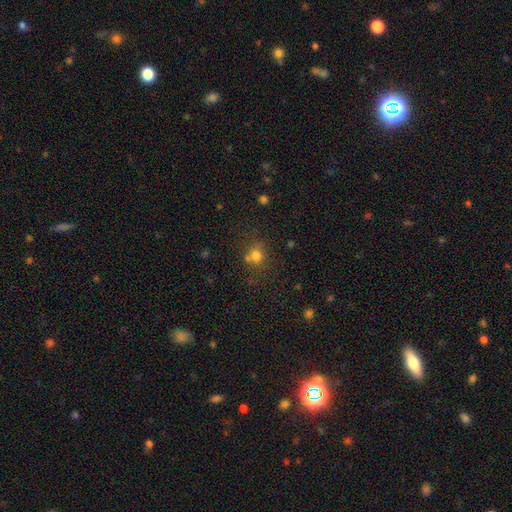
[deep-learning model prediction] Smooth or featured?
  - smooth: 74% *
  - star or artifact: 16%
  - featured or disk: 9%
How rounded?
  - round: 79% *
  - in between: 20%
  - cigar-shaped: 1%
Merging?
  - none: 61% *
  - merger: 19%
  - minor disturbance: 14%
  - major disturbance: 6%